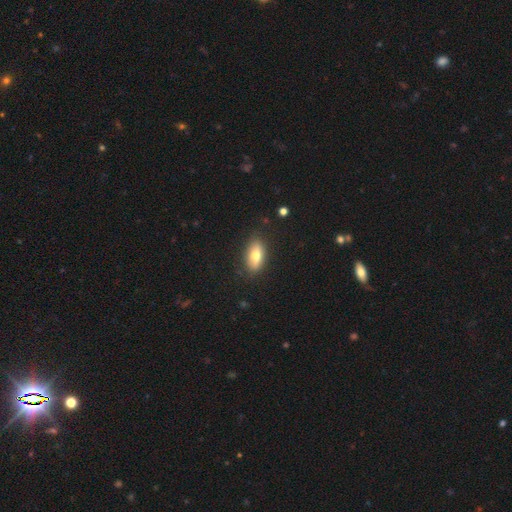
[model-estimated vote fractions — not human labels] A smooth galaxy with no disk features (70%) that is in between round and cigar-shaped (85%). Merging: none (85%).